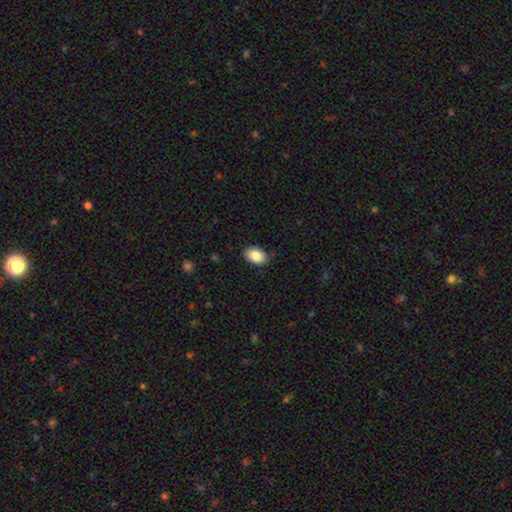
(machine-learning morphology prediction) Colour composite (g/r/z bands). It shows a smooth galaxy with no disk features (87%) that is in between round and cigar-shaped (87%). Merging: none (83%).